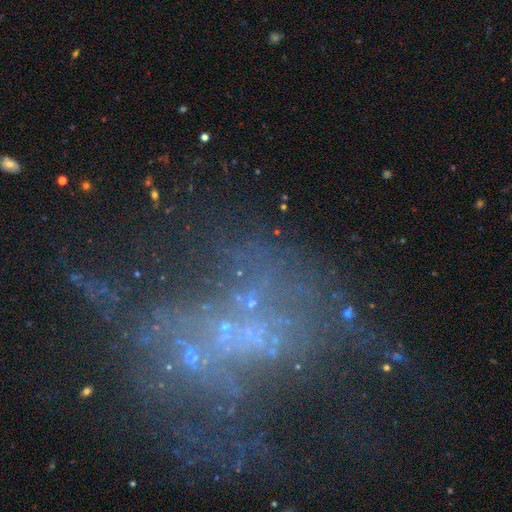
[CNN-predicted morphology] Q: Smooth or featured?
A: featured or disk (55%); runner-up: star or artifact (30%)
Q: Edge-on disk?
A: no (96%); runner-up: yes (4%)
Q: Bar?
A: no (90%); runner-up: weak (7%)
Q: Spiral arms?
A: no (87%); runner-up: yes (13%)
Q: Bulge size?
A: none (81%); runner-up: small (12%)
Q: Merging?
A: major disturbance (37%); runner-up: none (36%)